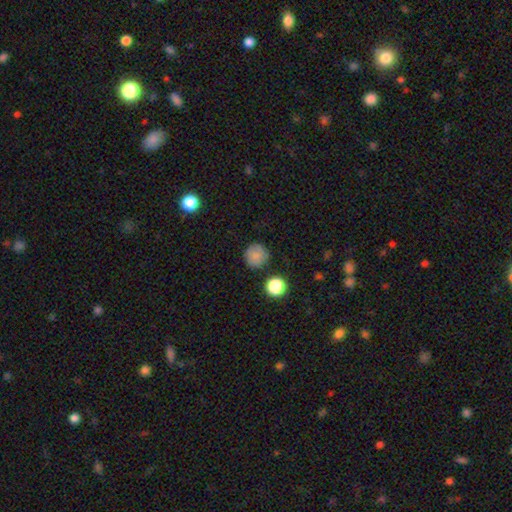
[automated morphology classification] smooth-or-featured: smooth: 83% | star or artifact: 11% | featured or disk: 6%
  how-rounded: round: 95% | in between: 4% | cigar-shaped: 1%
  merging: none: 86% | minor disturbance: 9% | major disturbance: 3% | merger: 3%